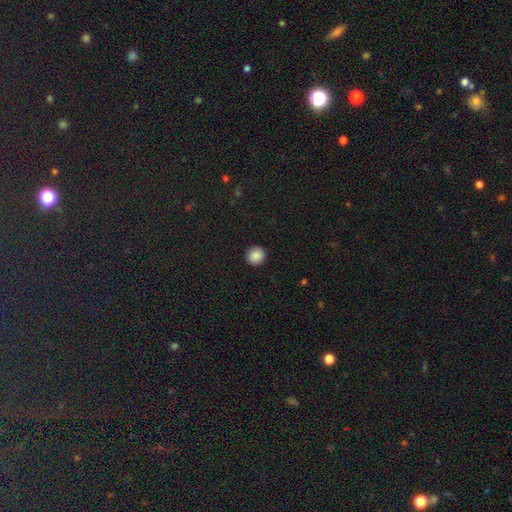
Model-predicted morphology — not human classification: This is clearly a smooth galaxy (88%). How rounded: clearly round (94%). Merging: clearly none (92%).